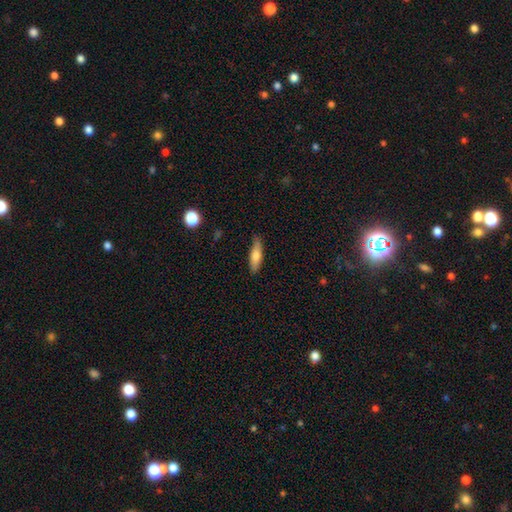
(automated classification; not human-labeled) Morphology: type=smooth (71%); roundness=cigar-shaped (60%); merging=none (83%).